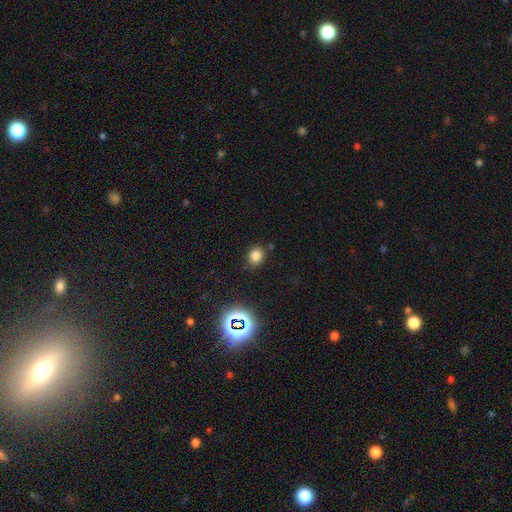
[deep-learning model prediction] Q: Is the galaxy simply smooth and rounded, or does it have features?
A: smooth — 77%.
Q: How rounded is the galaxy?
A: round — 59%.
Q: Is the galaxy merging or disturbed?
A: none — 80%.